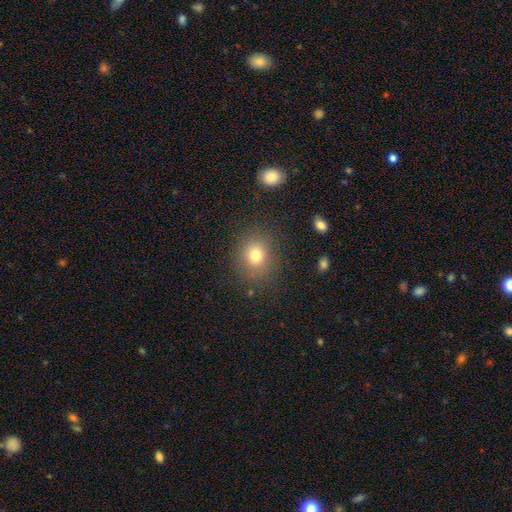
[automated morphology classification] A smooth galaxy with no disk features (76%) that is round (77%). Merging: none (83%).